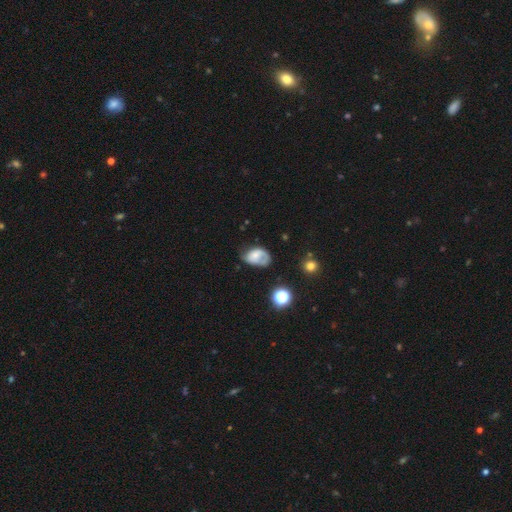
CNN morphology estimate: type=smooth (55%); roundness=in between (81%); merging=none (39%).